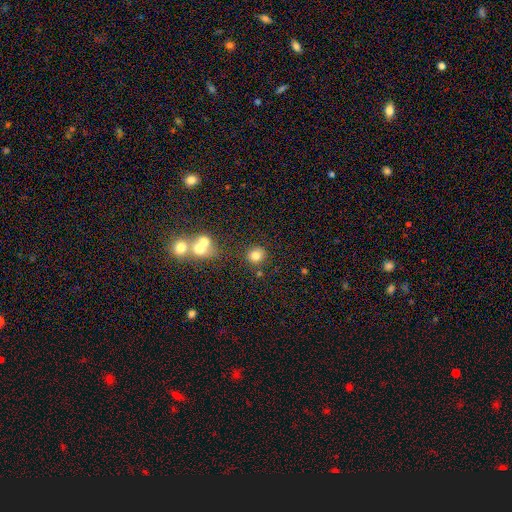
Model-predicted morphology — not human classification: A smooth galaxy with no disk features (79%) that is round (86%). Merging: none (78%).